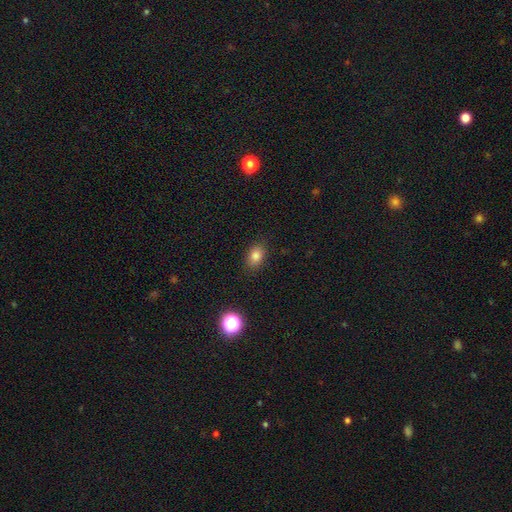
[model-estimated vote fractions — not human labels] Morphology: type=smooth (81%); roundness=in between (80%); merging=none (86%).